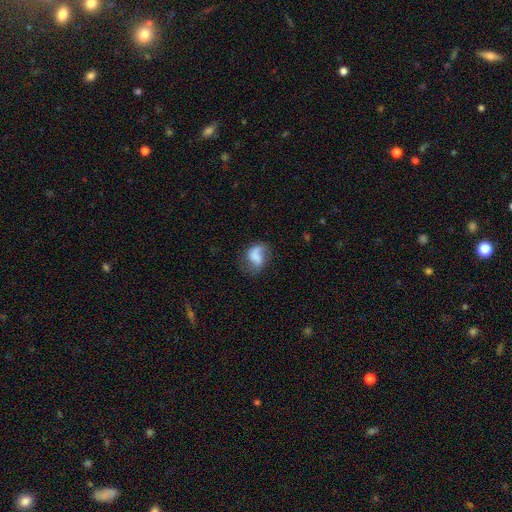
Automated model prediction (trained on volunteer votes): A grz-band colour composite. It shows a smooth galaxy with no disk features (46%). Merging: none (43%).